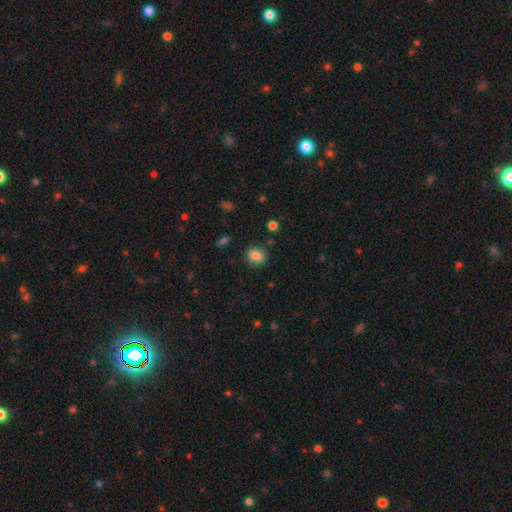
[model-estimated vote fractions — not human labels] Morphology: type=smooth (85%); roundness=in between (56%); merging=none (83%).